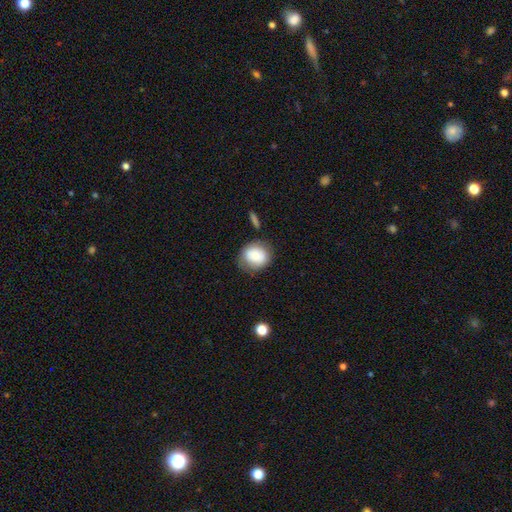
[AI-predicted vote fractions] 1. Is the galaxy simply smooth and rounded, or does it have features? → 73% smooth, 19% featured or disk, 8% star or artifact.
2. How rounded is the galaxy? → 78% round, 21% in between, 1% cigar-shaped.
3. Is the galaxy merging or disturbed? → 73% none, 17% minor disturbance, 6% major disturbance, 4% merger.